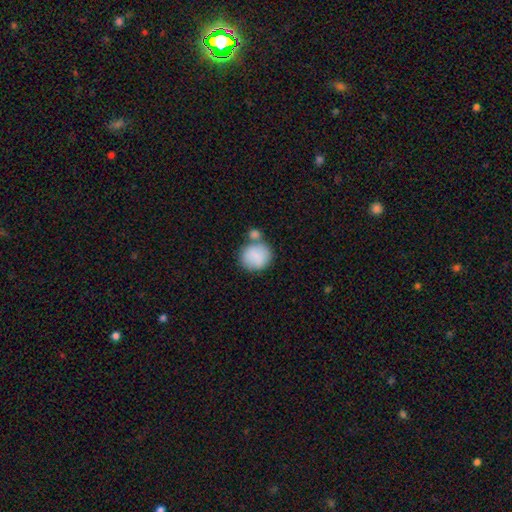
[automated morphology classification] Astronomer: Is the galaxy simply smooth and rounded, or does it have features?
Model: smooth — 85%.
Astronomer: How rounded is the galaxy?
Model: round — 83%.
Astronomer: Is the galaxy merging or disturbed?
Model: none — 53%.